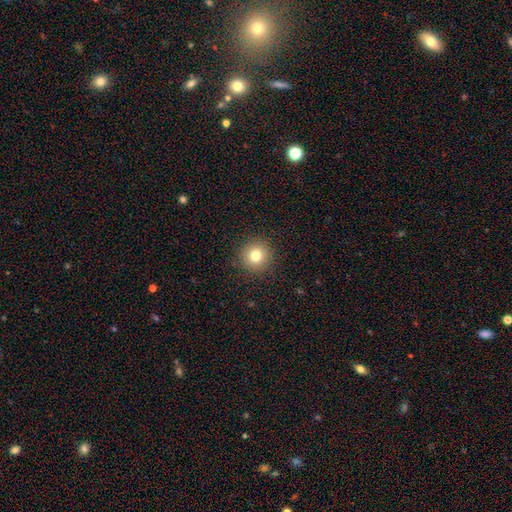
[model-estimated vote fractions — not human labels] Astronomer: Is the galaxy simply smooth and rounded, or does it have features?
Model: smooth — 78%.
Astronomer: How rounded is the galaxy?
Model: round — 94%.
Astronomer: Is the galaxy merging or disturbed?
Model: none — 91%.